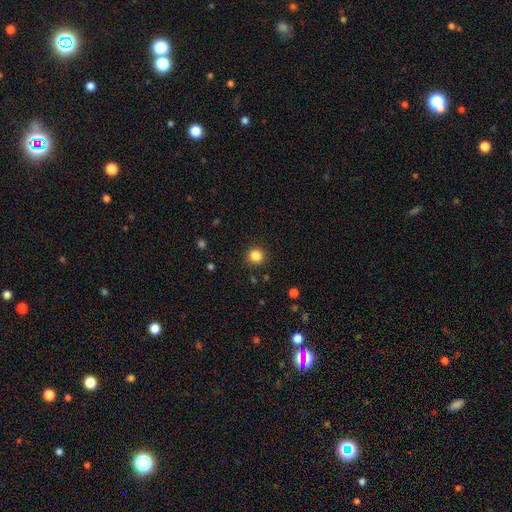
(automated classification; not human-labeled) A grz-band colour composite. It shows a smooth galaxy with no disk features (84%) that is round (92%). Merging: none (90%).